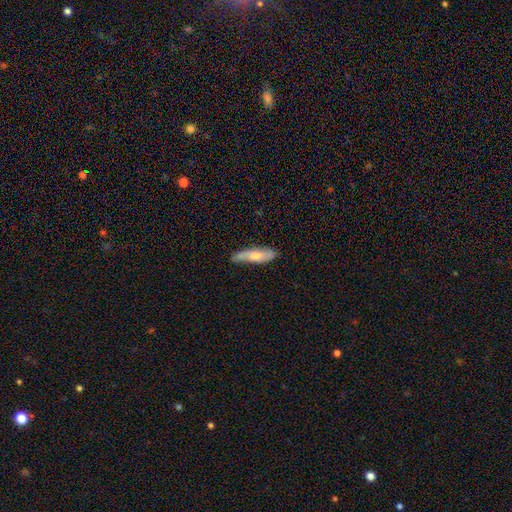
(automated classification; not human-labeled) This is likely a smooth galaxy (65%). How rounded: likely cigar-shaped (68%). Merging: likely none (74%).